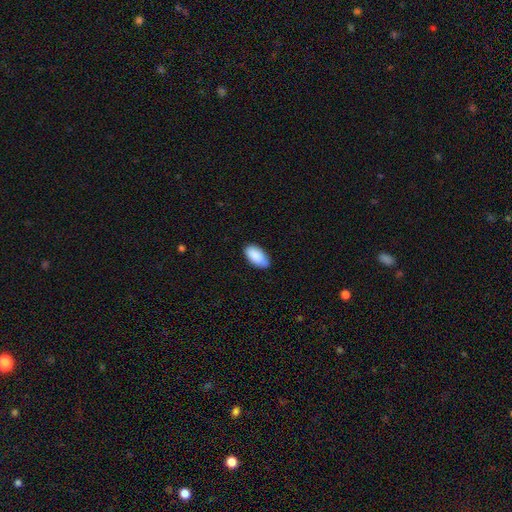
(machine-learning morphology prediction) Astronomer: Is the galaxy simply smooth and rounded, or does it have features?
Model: smooth — 90%.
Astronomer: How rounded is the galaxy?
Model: in between — 95%.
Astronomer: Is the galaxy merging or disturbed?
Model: none — 81%.